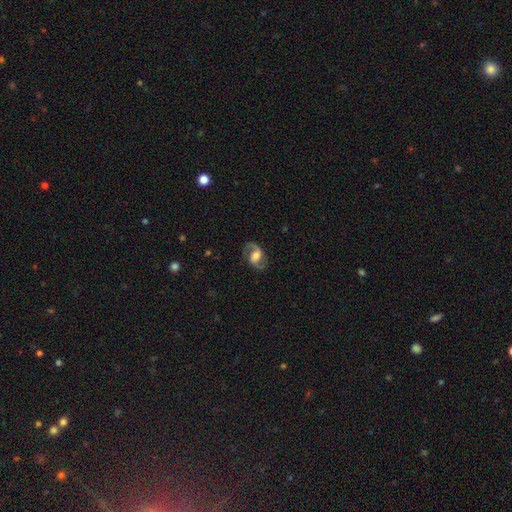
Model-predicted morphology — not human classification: The model was most divided on "bar": weak: 46%, no: 31%, strong: 23%. Remaining: edge-on disk — no (97%); spiral arms — yes (96%); spiral arm count — 2 (93%); smooth or featured — featured or disk (84%); merging — none (81%); spiral winding — medium (53%); bulge size — moderate (47%).